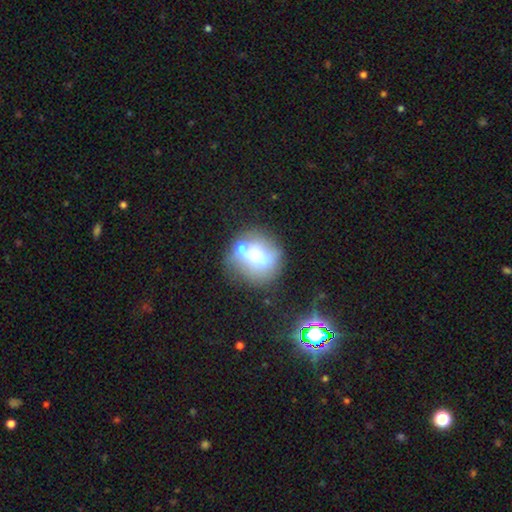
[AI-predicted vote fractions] Smooth or featured: featured or disk — 47% (smooth — 40%)
Merging: none — 43% (merger — 30%)